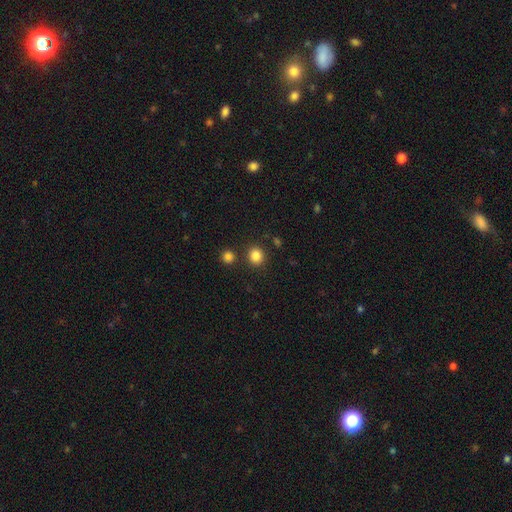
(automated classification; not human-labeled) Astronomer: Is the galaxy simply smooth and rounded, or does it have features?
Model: smooth — 85%.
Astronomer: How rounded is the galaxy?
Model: round — 84%.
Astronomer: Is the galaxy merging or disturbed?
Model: none — 85%.